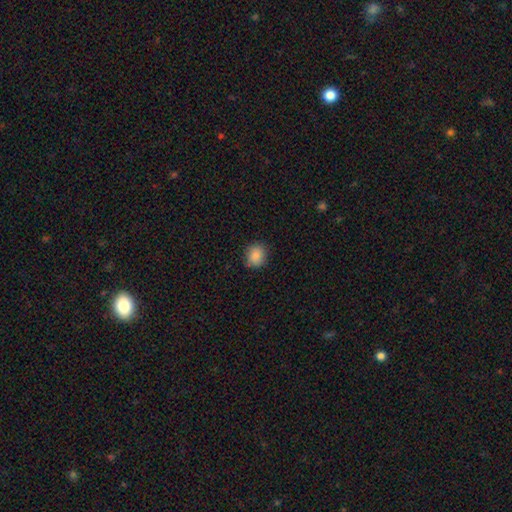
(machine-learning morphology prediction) type=smooth (86%); roundness=round (80%); merging=none (85%).